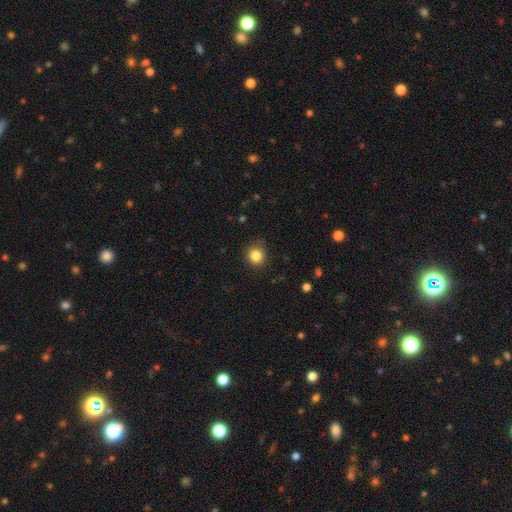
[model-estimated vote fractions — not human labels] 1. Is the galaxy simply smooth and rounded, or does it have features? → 84% smooth, 11% star or artifact, 5% featured or disk.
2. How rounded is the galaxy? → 89% round, 11% in between, 1% cigar-shaped.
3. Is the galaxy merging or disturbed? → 85% none, 11% minor disturbance, 3% major disturbance, 1% merger.